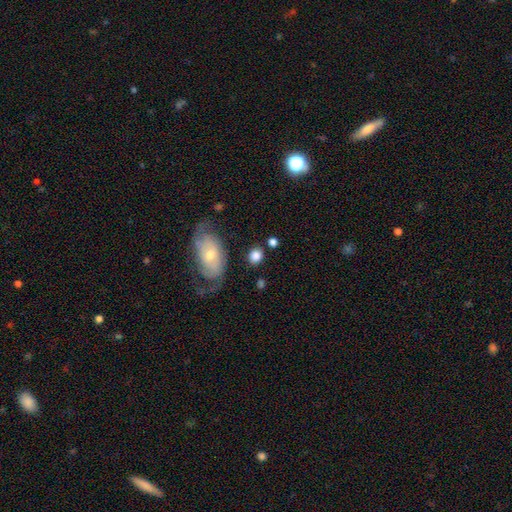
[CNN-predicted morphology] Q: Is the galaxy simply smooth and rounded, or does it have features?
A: smooth — 78%.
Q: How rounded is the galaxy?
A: round — 60%.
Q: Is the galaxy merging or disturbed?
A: none — 76%.